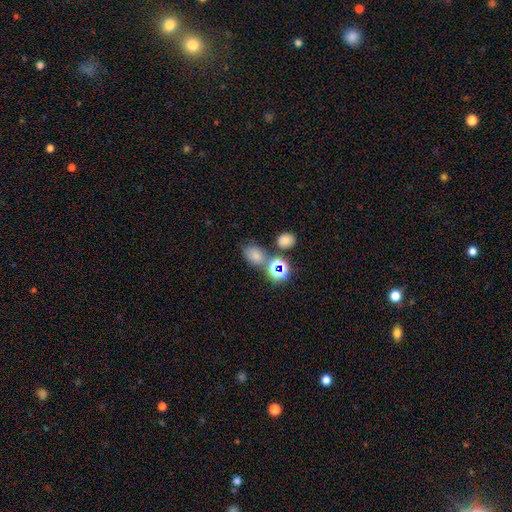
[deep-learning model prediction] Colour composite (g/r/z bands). It shows a smooth galaxy with no disk features (69%) that is in between round and cigar-shaped (73%). Merging: none (58%).